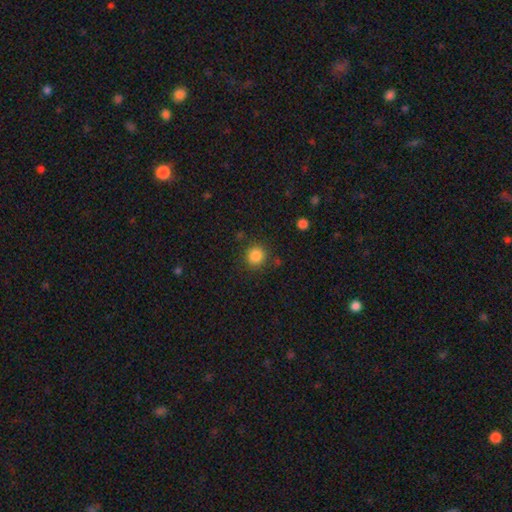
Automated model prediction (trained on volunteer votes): Q: Smooth or featured?
A: smooth (86%); runner-up: star or artifact (11%)
Q: How rounded?
A: round (91%); runner-up: in between (8%)
Q: Merging?
A: none (86%); runner-up: minor disturbance (8%)